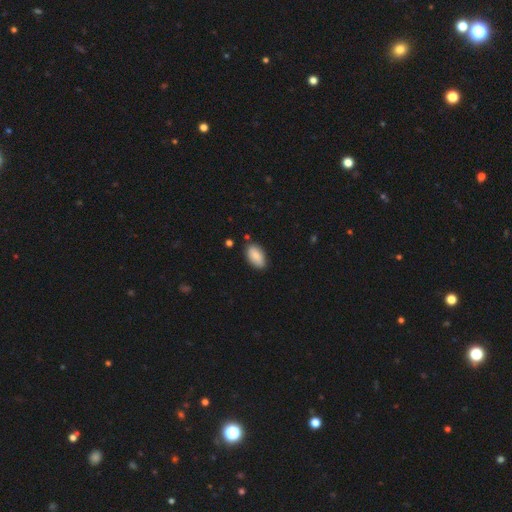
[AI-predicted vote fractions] Smooth or featured? smooth (86%)
How rounded? in between (94%)
Merging? none (81%)